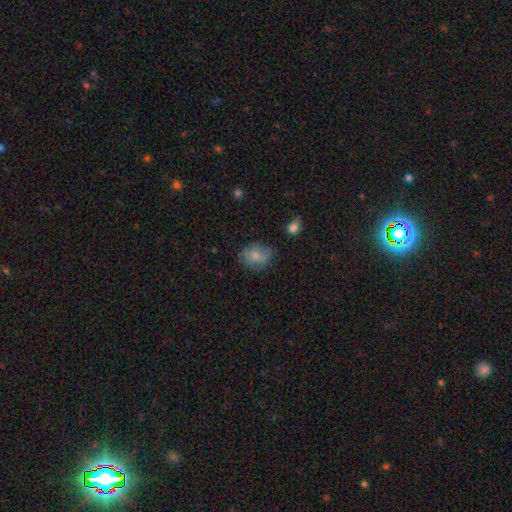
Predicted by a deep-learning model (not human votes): smooth_or_featured: smooth (p=0.74) [alt: featured or disk p=0.17]
how_rounded: in between (p=0.61) [alt: round p=0.38]
merging: none (p=0.62) [alt: minor disturbance p=0.27]